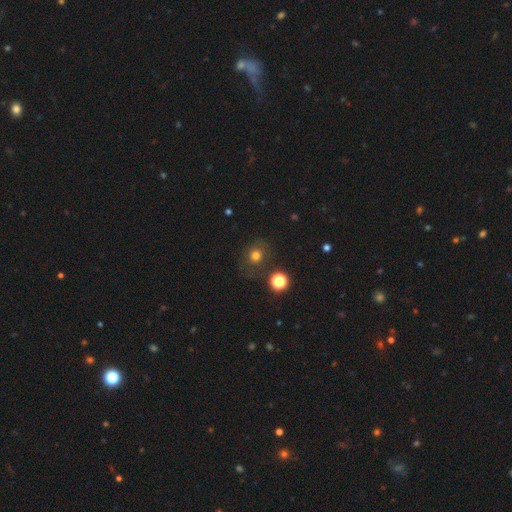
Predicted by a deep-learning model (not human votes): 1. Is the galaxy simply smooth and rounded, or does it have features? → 72% smooth, 18% star or artifact, 10% featured or disk.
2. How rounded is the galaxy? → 78% round, 21% in between, 1% cigar-shaped.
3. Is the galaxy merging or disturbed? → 77% none, 13% minor disturbance, 6% major disturbance, 4% merger.